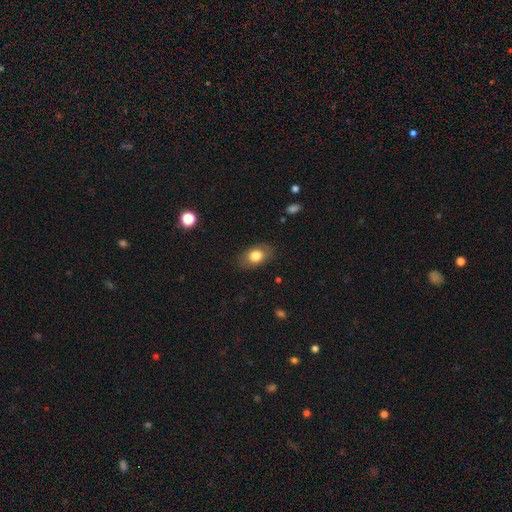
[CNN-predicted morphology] A smooth galaxy with no disk features (79%) that is in between round and cigar-shaped (80%). Merging: none (82%).